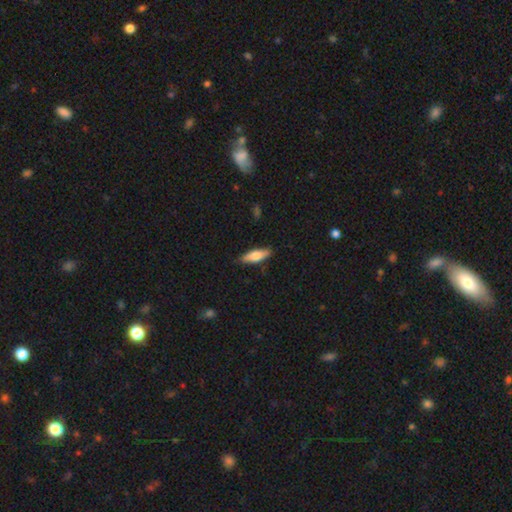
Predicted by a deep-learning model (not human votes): smooth-or-featured: smooth: 70% | featured or disk: 24% | star or artifact: 6%
  how-rounded: in between: 52% | cigar-shaped: 45% | round: 2%
  merging: none: 84% | minor disturbance: 13% | major disturbance: 2% | merger: 1%